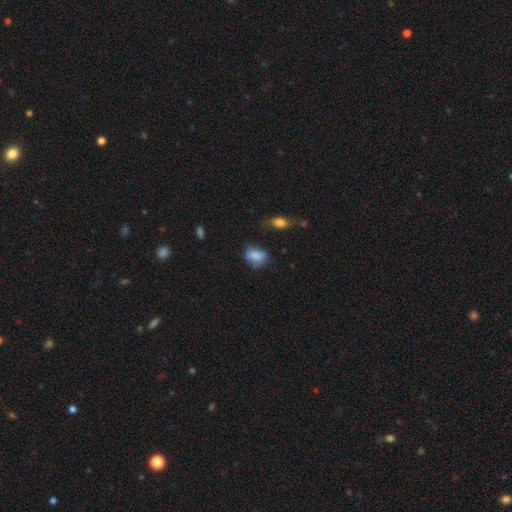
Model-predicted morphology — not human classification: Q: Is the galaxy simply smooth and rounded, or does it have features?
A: smooth — 82%.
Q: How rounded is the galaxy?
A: in between — 71%.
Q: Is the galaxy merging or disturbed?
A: none — 55%.